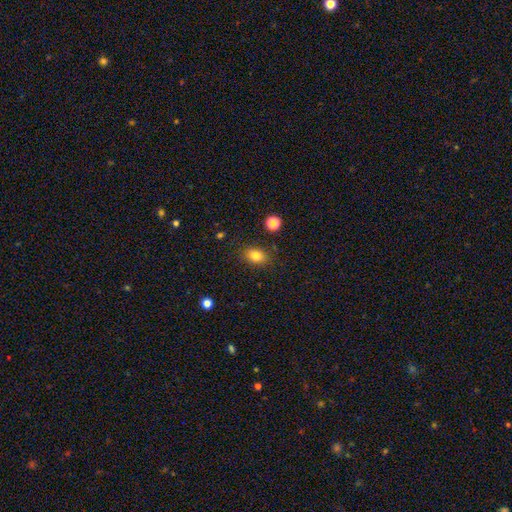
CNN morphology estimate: This appears to be a smooth galaxy with no disk features (83%) that is in between round and cigar-shaped (71%). Merging: none (83%).